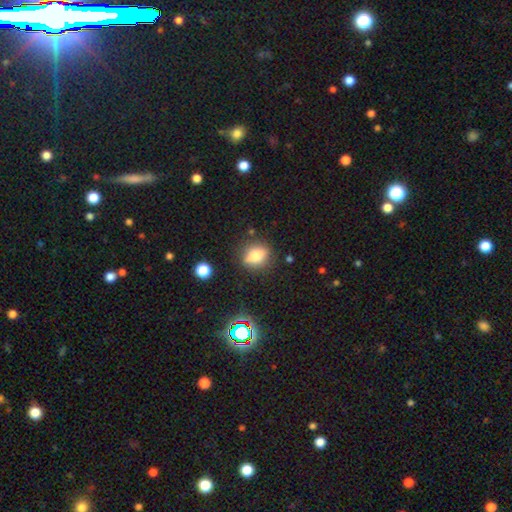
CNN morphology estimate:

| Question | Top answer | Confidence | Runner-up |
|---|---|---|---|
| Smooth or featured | smooth | 60% | featured or disk (27%) |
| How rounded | in between | 50% | round (40%) |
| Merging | none | 81% | minor disturbance (13%) |